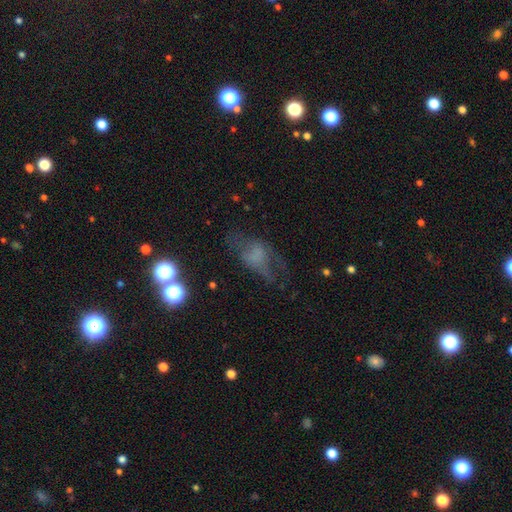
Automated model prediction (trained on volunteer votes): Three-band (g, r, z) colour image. It shows a smooth galaxy with no disk features (42%). Merging: none (43%).